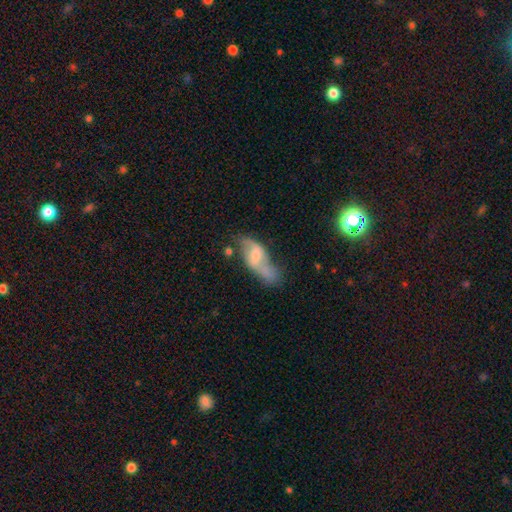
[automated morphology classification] This is likely a featured or disk galaxy (63%). It is clearly not viewed edge-on (88%). Bar: marginally weak (43%). Spiral arm pattern: likely yes (76%). Central bulge: marginally small (41%). Merging: marginally none (41%).